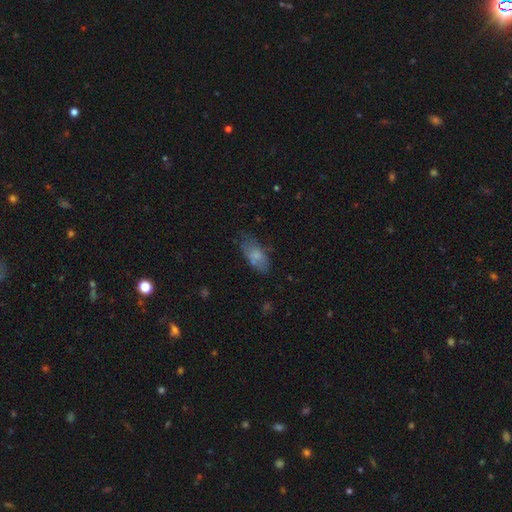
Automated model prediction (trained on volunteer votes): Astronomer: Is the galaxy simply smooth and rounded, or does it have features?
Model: smooth — 71%.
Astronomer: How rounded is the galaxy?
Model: in between — 87%.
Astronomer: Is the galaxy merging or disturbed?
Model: none — 55%.